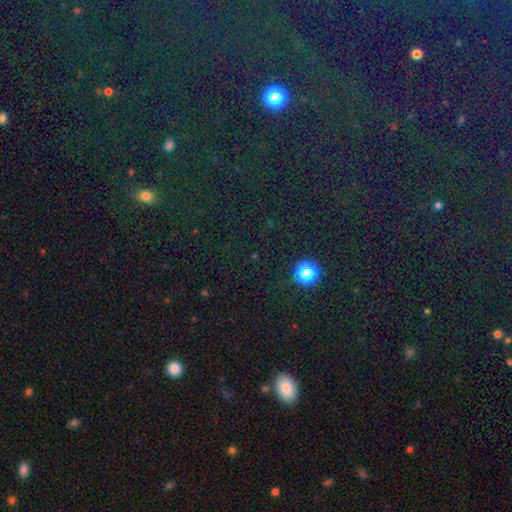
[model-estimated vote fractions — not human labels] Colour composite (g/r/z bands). It shows a star or artifact, not a galaxy (65%).